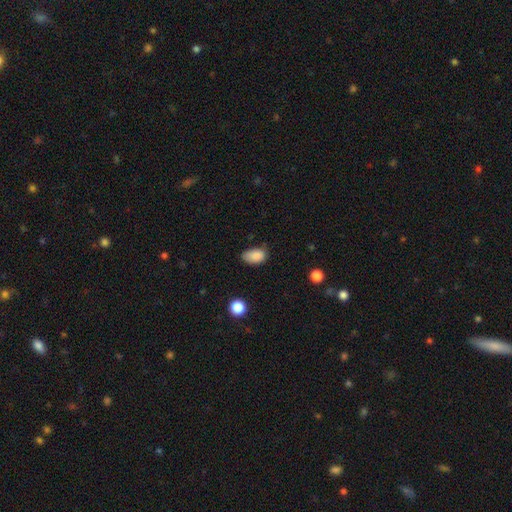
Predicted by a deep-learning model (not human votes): A smooth galaxy with no disk features (87%) that is in between round and cigar-shaped (89%).

Vote fractions:
- Smooth or featured? smooth: 87% / star or artifact: 9% / featured or disk: 4%
- How rounded? in between: 89% / round: 10% / cigar-shaped: 1%
- Merging? none: 57% / minor disturbance: 35% / major disturbance: 6% / merger: 2%